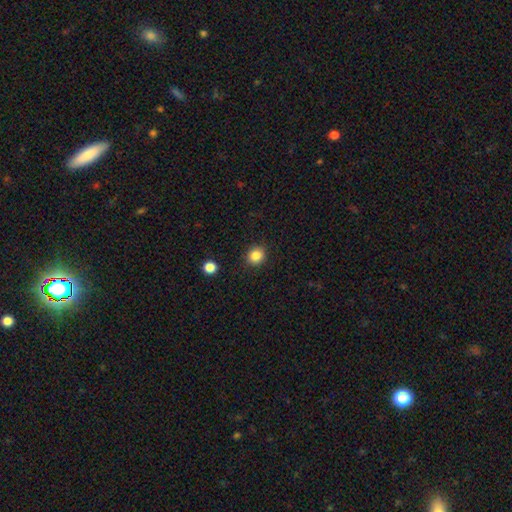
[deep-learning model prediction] Smooth or featured: smooth — 85% (star or artifact — 11%)
How rounded: round — 82% (in between — 17%)
Merging: none — 90% (minor disturbance — 7%)